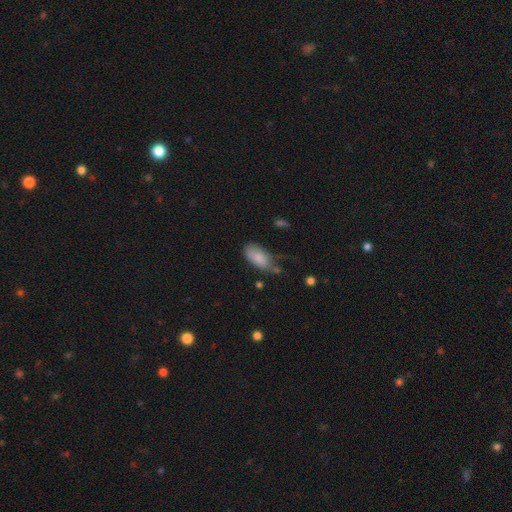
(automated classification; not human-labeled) Smooth or featured? smooth (84%)
How rounded? in between (92%)
Merging? none (51%)